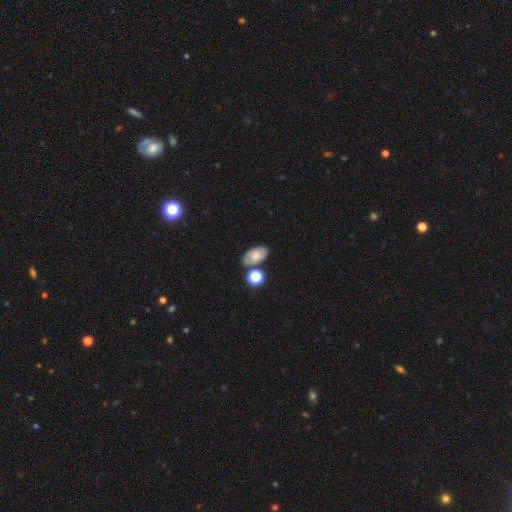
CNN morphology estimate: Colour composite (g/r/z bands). It shows a smooth galaxy with no disk features (63%) that is in between round and cigar-shaped (89%). Merging: none (67%).